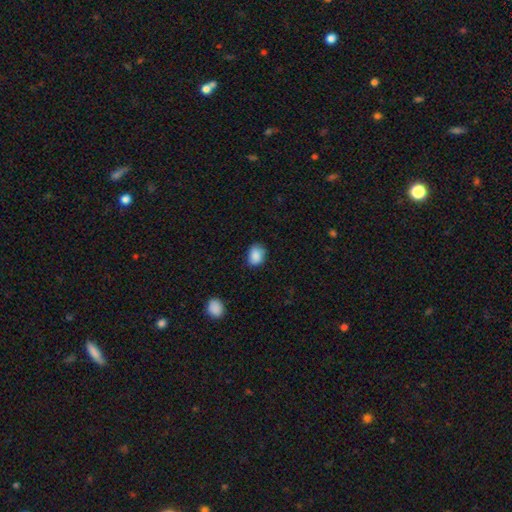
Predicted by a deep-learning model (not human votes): Overall: smooth (87%). How rounded: in between (62%; round 37%). Merging: none (71%).